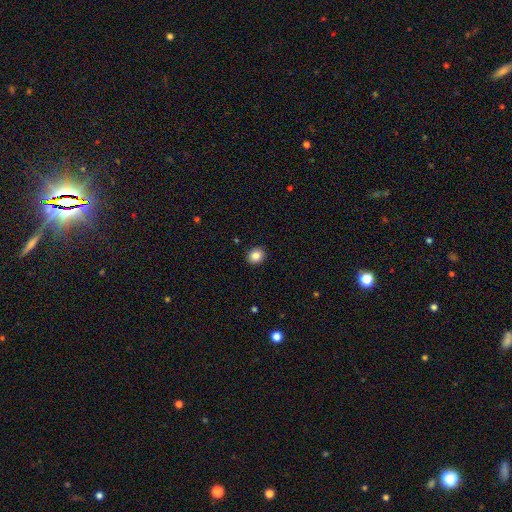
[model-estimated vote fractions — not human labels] This appears to be a smooth galaxy with no disk features (85%) that is round (74%). Merging: none (91%).